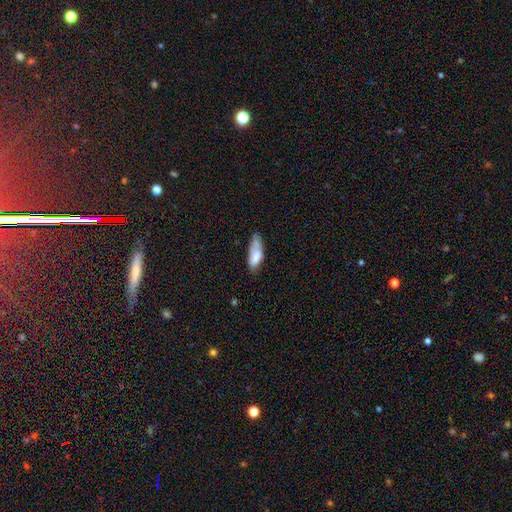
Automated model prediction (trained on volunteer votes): Smooth or featured: smooth — 72% (featured or disk — 20%)
How rounded: in between — 68% (cigar-shaped — 30%)
Merging: minor disturbance — 37% (none — 35%)